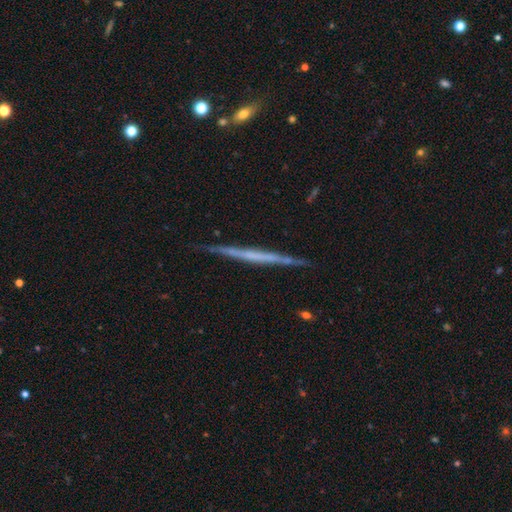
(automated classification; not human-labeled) smooth-or-featured: featured or disk: 65% | smooth: 29% | star or artifact: 6%
  disk-edge-on: yes: 98% | no: 2%
    edge-on-bulge: none: 85% | rounded: 9% | boxy: 6%
  merging: none: 89% | minor disturbance: 9% | major disturbance: 2% | merger: 1%